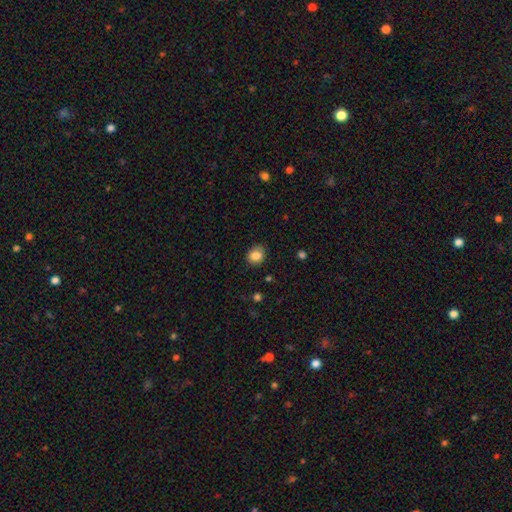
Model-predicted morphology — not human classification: smooth 84%, star or artifact 9%, featured or disk 7%. Down the decision tree: how rounded — round (63%); merging — none (82%).